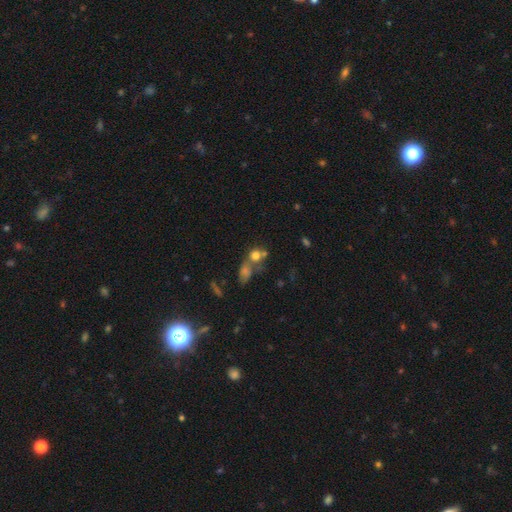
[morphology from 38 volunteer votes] A smooth galaxy with no disk features (66%) that is round (72%).

Vote fractions:
- Smooth or featured? smooth: 66% / featured or disk: 29% / star or artifact: 5%
- How rounded? round: 72% / in between: 28% / cigar-shaped: 0%
- Merging? none: 47% (tied) / merger: 47% (tied) / major disturbance: 6% / minor disturbance: 0%